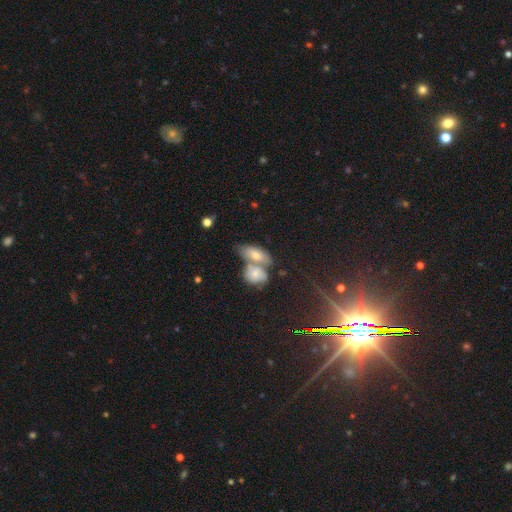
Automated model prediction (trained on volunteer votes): Q: Smooth or featured?
A: featured or disk (34%); tied with: smooth (34%)
Q: Merging?
A: merger (55%); runner-up: none (30%)